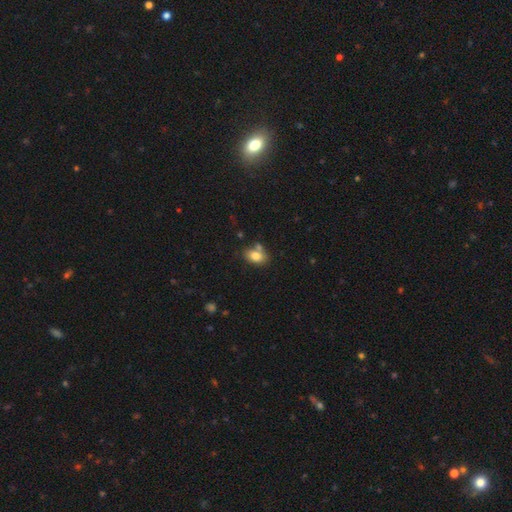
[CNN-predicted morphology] Smooth or featured: smooth — 81% (featured or disk — 10%)
How rounded: in between — 84% (round — 15%)
Merging: none — 61% (merger — 20%)